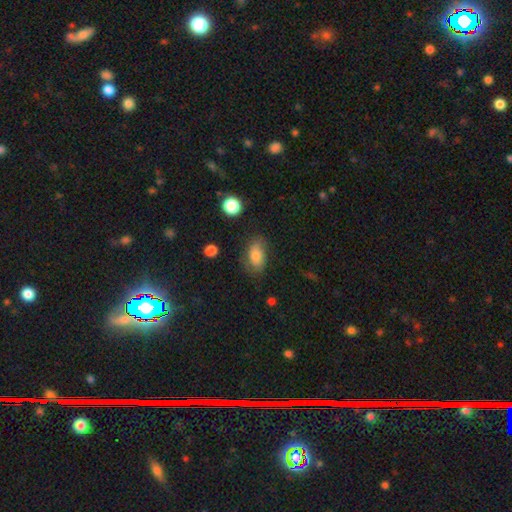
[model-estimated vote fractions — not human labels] Smooth or featured?
  - smooth: 78% *
  - featured or disk: 13%
  - star or artifact: 9%
How rounded?
  - in between: 90% *
  - round: 7%
  - cigar-shaped: 3%
Merging?
  - none: 67% *
  - minor disturbance: 24%
  - major disturbance: 8%
  - merger: 2%